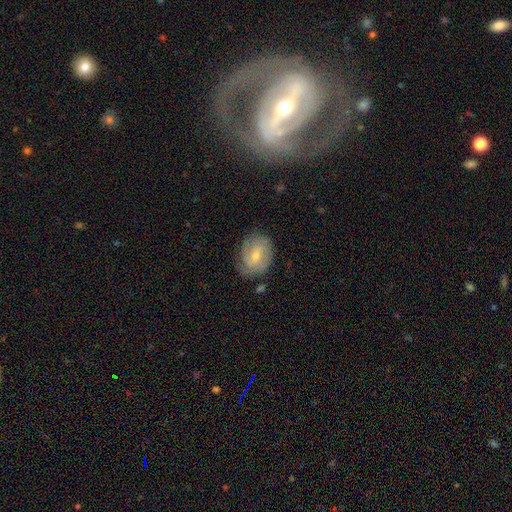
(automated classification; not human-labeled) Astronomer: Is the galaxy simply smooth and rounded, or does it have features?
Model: featured or disk — 62%.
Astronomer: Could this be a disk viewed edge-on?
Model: no — 97%.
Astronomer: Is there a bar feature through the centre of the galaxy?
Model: no — 48% (runner-up: weak, 43%).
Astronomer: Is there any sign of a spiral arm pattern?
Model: yes — 86%.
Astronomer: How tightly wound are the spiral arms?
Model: tight — 54% (runner-up: medium, 34%).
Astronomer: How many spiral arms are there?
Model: can't tell — 37% (runner-up: 2, 29%).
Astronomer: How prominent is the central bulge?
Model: small — 63%.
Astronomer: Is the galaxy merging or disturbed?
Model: none — 68%.